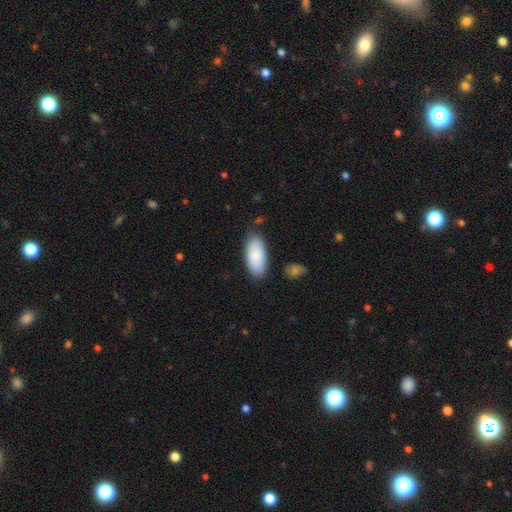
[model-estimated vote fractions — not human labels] Smooth or featured?
  - smooth: 87% *
  - featured or disk: 8%
  - star or artifact: 5%
How rounded?
  - in between: 91% *
  - cigar-shaped: 7%
  - round: 2%
Merging?
  - none: 79% *
  - minor disturbance: 14%
  - merger: 3%
  - major disturbance: 3%